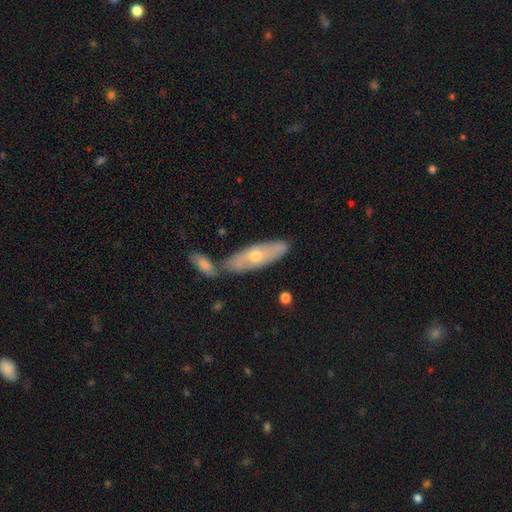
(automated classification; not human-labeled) This is possibly a smooth galaxy (50%). How rounded: possibly in between (51%). Merging: likely none (63%).